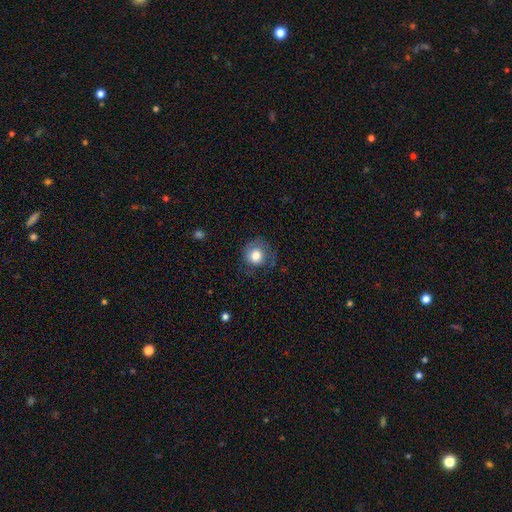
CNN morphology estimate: This appears to be a smooth galaxy with no disk features (77%) that is round (84%). Merging: none (59%).